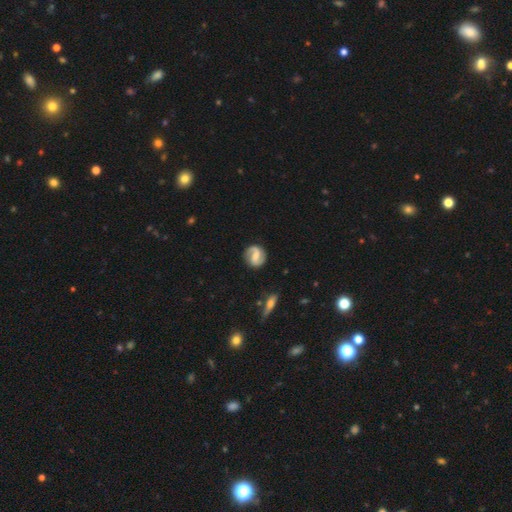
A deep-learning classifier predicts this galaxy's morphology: smooth_or_featured: featured or disk (p=0.79) [alt: smooth p=0.15]
disk_edge_on: no (p=0.97) [alt: yes p=0.03]
bar: weak (p=0.46) [alt: strong p=0.32]
has_spiral_arms: yes (p=0.95) [alt: no p=0.05]
spiral_winding: medium (p=0.45) [alt: loose p=0.32]
spiral_arm_count: 2 (p=0.91) [alt: 1 p=0.03]
bulge_size: small (p=0.35) [alt: moderate p=0.34]
merging: none (p=0.84) [alt: minor disturbance p=0.11]